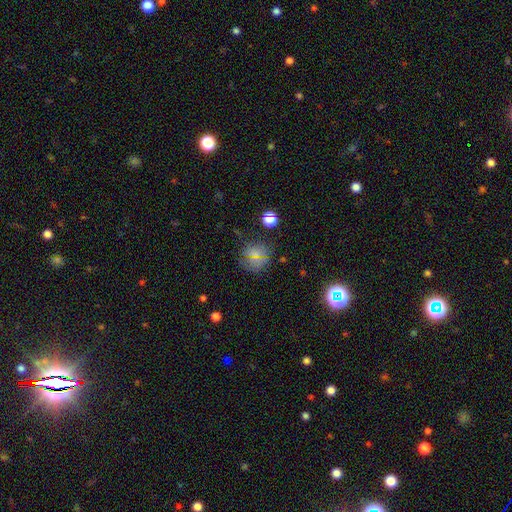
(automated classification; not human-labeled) Smooth or featured: smooth — 64% (star or artifact — 27%)
How rounded: round — 87% (in between — 12%)
Merging: none — 80% (minor disturbance — 12%)